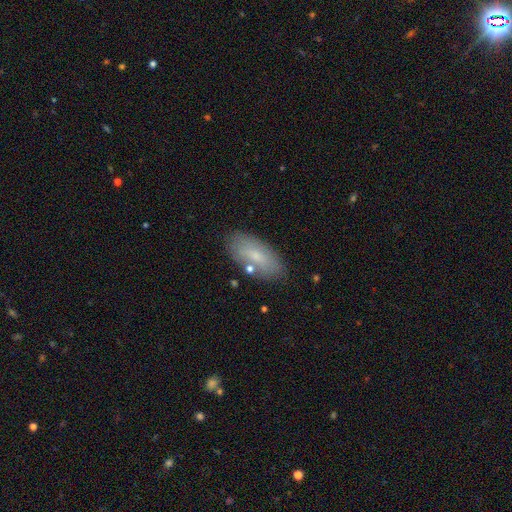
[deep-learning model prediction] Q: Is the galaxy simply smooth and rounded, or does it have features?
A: smooth — 71%.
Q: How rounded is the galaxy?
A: in between — 85%.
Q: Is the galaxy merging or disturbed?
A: none — 80%.